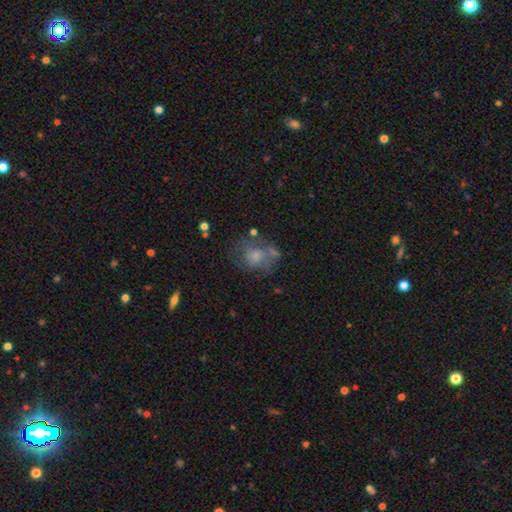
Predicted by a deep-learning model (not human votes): This is possibly a smooth galaxy (49%). Merging: marginally none (43%).